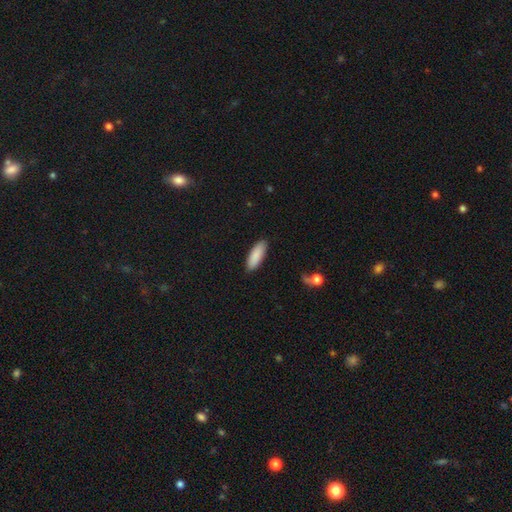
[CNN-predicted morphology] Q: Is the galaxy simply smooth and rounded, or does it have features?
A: smooth — 89%.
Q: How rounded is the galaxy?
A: in between — 63%.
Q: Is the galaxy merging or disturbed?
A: none — 89%.